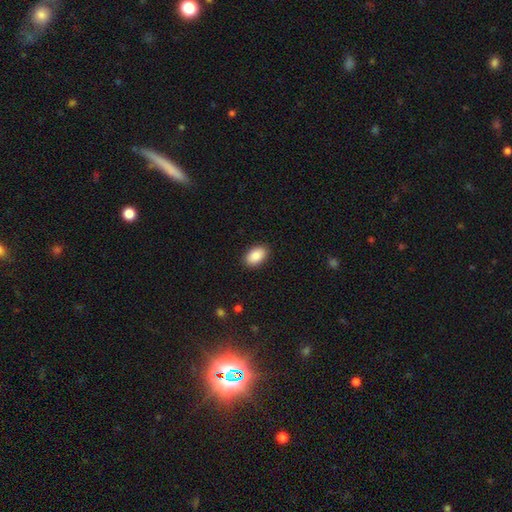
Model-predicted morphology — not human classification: smooth_or_featured: smooth (p=0.88) [alt: star or artifact p=0.07]
how_rounded: in between (p=0.92) [alt: round p=0.06]
merging: none (p=0.90) [alt: minor disturbance p=0.07]